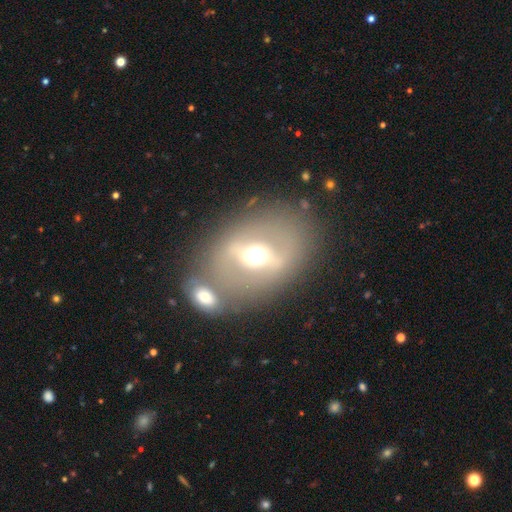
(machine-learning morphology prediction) smooth-or-featured: featured or disk: 64% | smooth: 27% | star or artifact: 8%
  disk-edge-on: no: 84% | yes: 16%
    bar: strong: 55% | weak: 29% | no: 16%
    has-spiral-arms: no: 81% | yes: 19%
    bulge-size: moderate: 71% | large: 19% | small: 6% | dominant: 2% | none: 1%
  merging: none: 61% | merger: 21% | minor disturbance: 12% | major disturbance: 6%